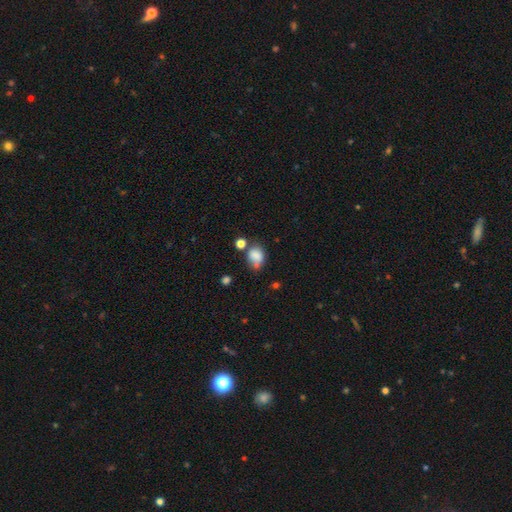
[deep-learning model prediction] Q: Smooth or featured?
A: smooth (80%); runner-up: star or artifact (11%)
Q: How rounded?
A: in between (56%); runner-up: round (43%)
Q: Merging?
A: none (43%); runner-up: minor disturbance (26%)